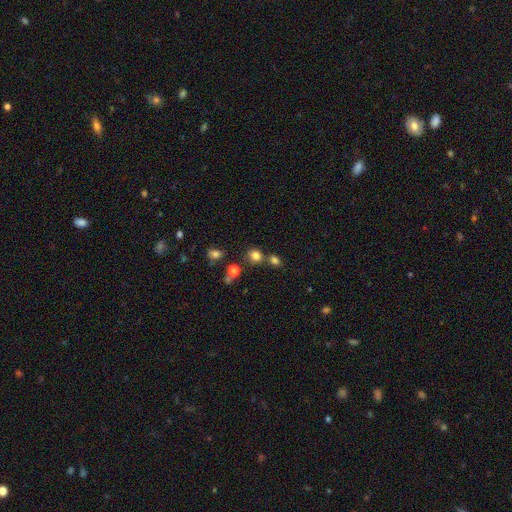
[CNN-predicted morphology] This appears to be a smooth galaxy with no disk features (77%) that is round (77%). Merging: none (62%).